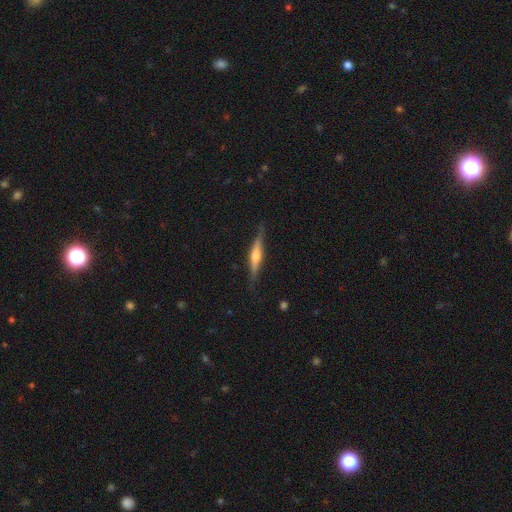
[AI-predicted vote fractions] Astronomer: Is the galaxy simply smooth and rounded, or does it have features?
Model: featured or disk — 67%.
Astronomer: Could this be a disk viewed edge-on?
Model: yes — 97%.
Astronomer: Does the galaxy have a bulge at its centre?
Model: rounded — 80%.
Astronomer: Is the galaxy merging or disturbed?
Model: none — 85%.